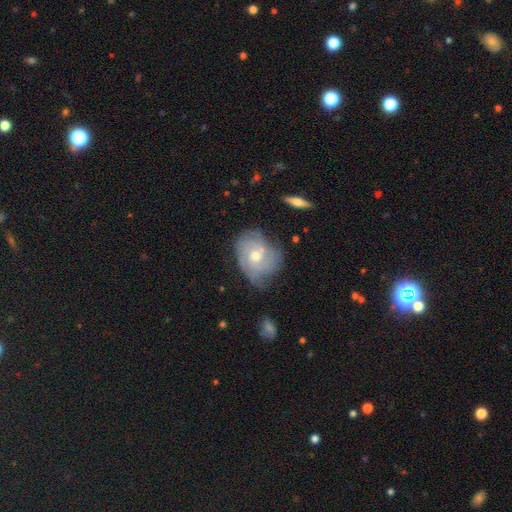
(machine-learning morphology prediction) The model was most divided on "spiral arm count": can't tell: 42%, 3: 23%, 2: 16%, 4: 10%, 1: 4%, more than 4: 4%. More confident: edge-on disk — no (96%); spiral arms — yes (83%); bar — no (74%); smooth or featured — featured or disk (69%); bulge size — moderate (60%); spiral winding — tight (58%); merging — none (55%).